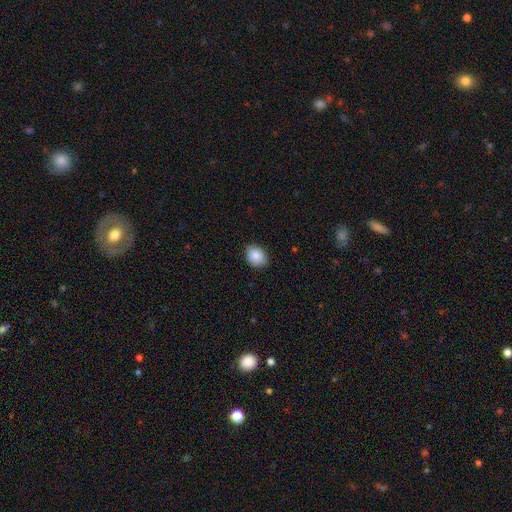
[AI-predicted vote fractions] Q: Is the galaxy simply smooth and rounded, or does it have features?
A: smooth — 88%.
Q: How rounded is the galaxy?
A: in between — 65%.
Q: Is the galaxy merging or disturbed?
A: none — 85%.